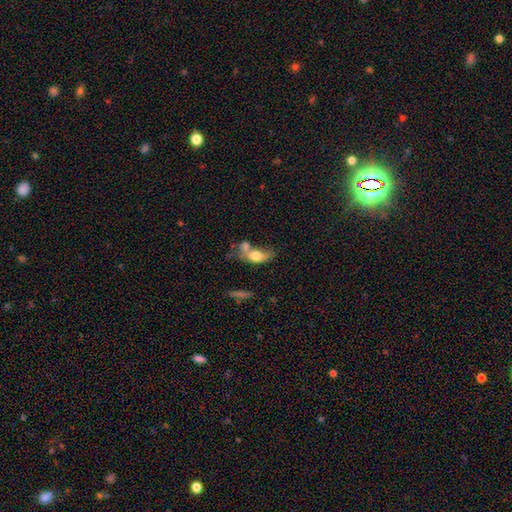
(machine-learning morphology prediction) This appears to be a smooth galaxy with no disk features (64%) that is in between round and cigar-shaped (77%). Merging: merger (49%).